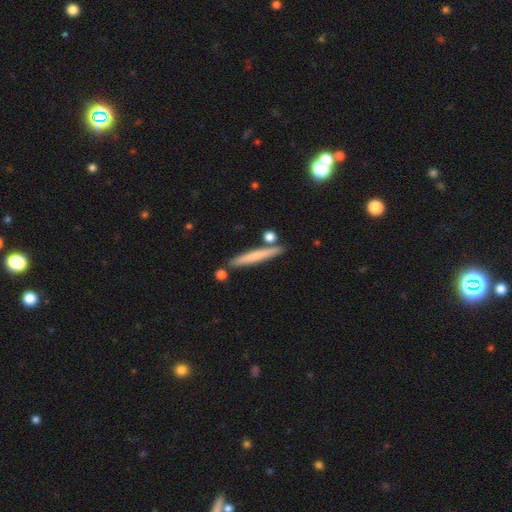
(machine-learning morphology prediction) This appears to be a smooth galaxy with no disk features (61%) that is cigar-shaped (95%). Merging: none (83%).